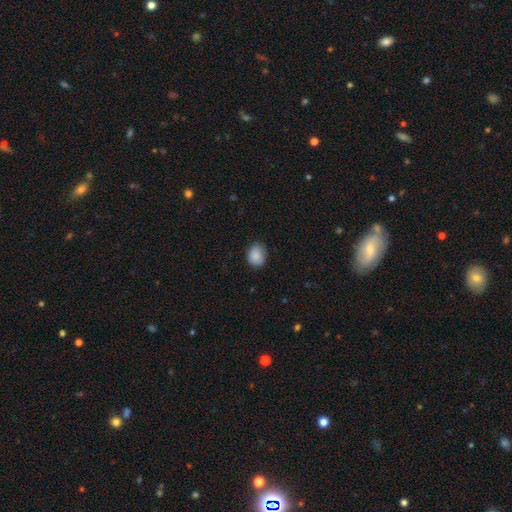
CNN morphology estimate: This is clearly a smooth galaxy (88%). How rounded: possibly round (57%). Merging: clearly none (80%).